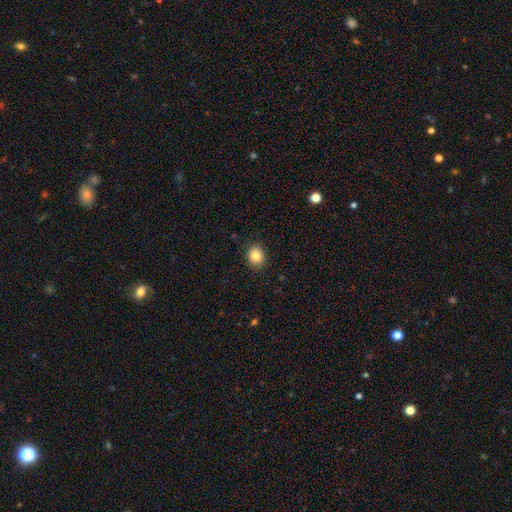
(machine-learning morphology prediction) smooth 85%, star or artifact 10%, featured or disk 6%. Down the decision tree: how rounded — round (65%); merging — none (87%).